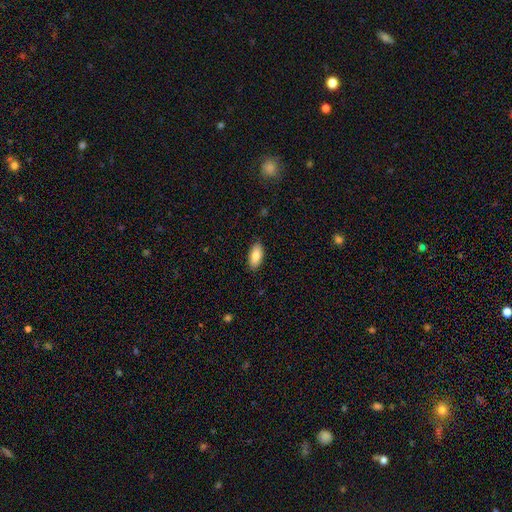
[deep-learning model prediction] Q: Smooth or featured?
A: smooth (84%); runner-up: featured or disk (10%)
Q: How rounded?
A: in between (90%); runner-up: cigar-shaped (8%)
Q: Merging?
A: none (88%); runner-up: minor disturbance (9%)